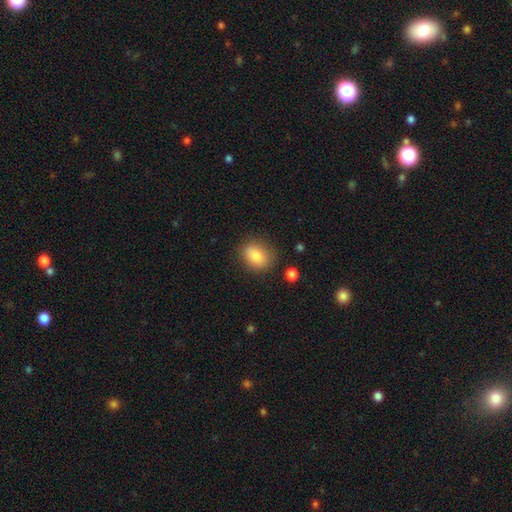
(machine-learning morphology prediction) Smooth or featured? smooth (83%)
How rounded? in between (65%)
Merging? none (80%)